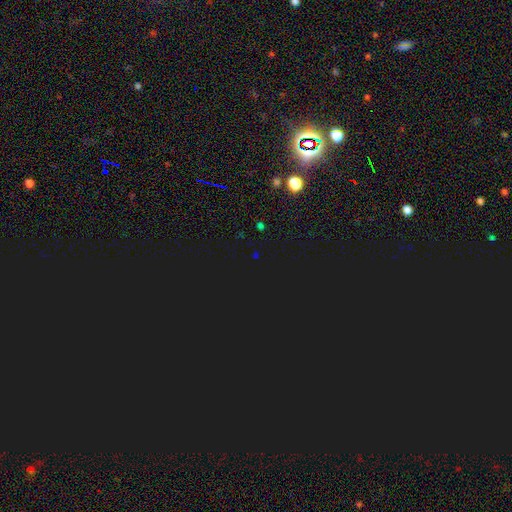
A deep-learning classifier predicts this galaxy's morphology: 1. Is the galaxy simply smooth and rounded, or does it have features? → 74% star or artifact, 20% smooth, 6% featured or disk.